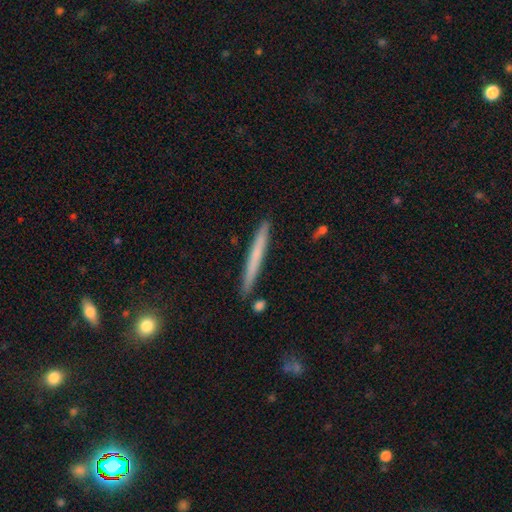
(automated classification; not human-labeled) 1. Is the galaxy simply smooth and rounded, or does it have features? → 59% smooth, 35% featured or disk, 6% star or artifact.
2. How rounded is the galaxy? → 97% cigar-shaped, 2% in between, 1% round.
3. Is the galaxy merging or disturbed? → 90% none, 7% minor disturbance, 2% merger, 1% major disturbance.